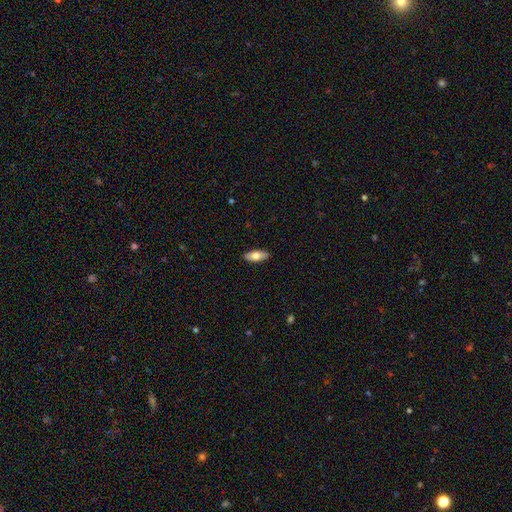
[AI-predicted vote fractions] smooth 72%, featured or disk 22%, star or artifact 6%. Down the decision tree: how rounded — in between (79%); merging — none (89%).